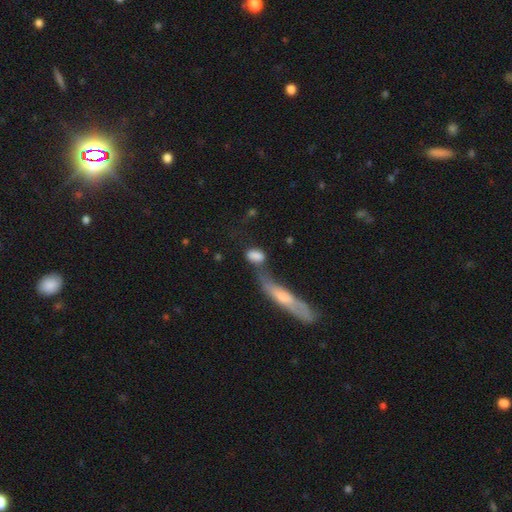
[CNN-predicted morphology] This is likely a smooth galaxy (76%). How rounded: likely in between (75%). Merging: marginally merger (40%).